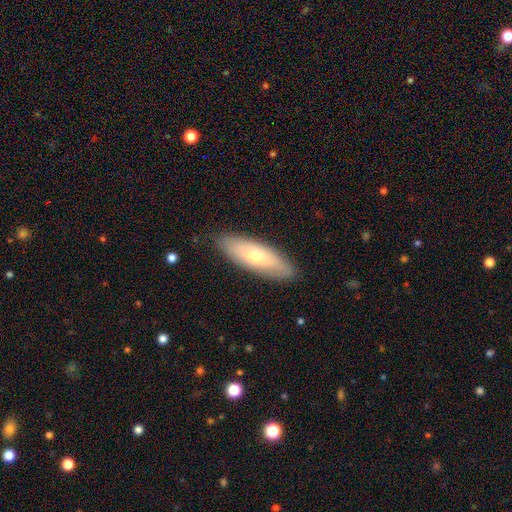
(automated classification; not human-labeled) smooth-or-featured: smooth: 58% | featured or disk: 35% | star or artifact: 6%
  how-rounded: in between: 58% | cigar-shaped: 40% | round: 2%
  merging: none: 84% | minor disturbance: 12% | major disturbance: 3% | merger: 1%